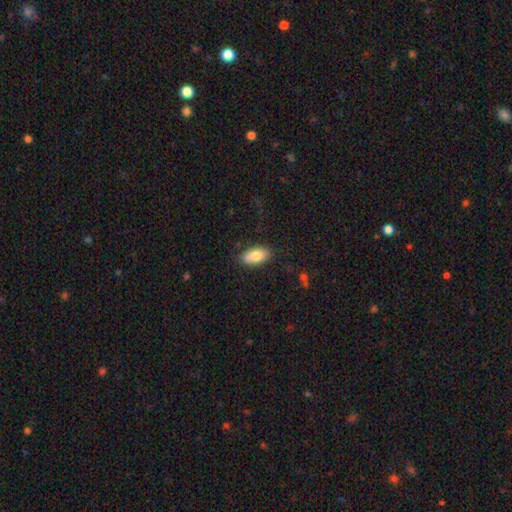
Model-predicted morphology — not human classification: smooth 82%, featured or disk 11%, star or artifact 7%. Down the decision tree: how rounded — in between (90%); merging — none (83%).